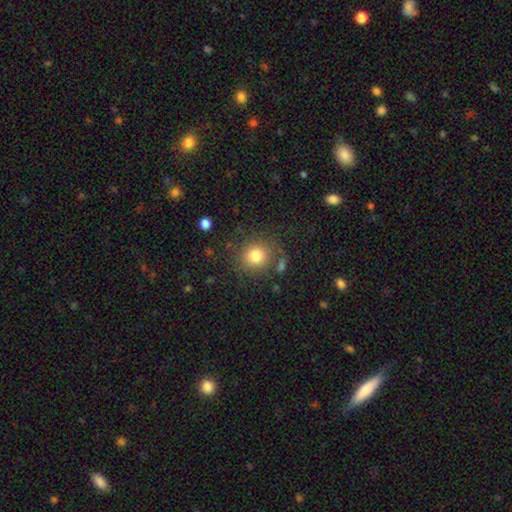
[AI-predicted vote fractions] Q: Smooth or featured?
A: smooth (80%); runner-up: star or artifact (12%)
Q: How rounded?
A: round (87%); runner-up: in between (12%)
Q: Merging?
A: none (80%); runner-up: minor disturbance (11%)